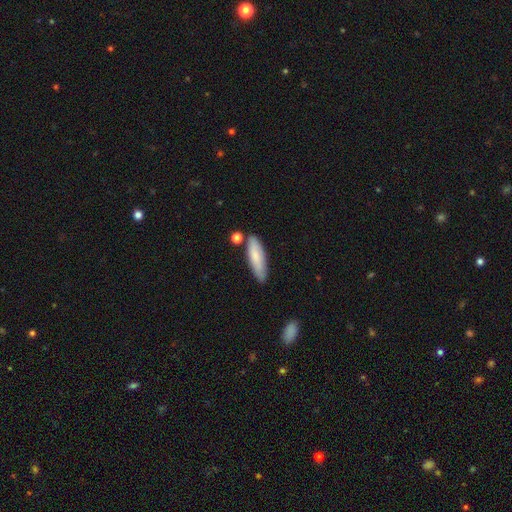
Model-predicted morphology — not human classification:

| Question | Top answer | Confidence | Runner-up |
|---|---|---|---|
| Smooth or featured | smooth | 76% | featured or disk (18%) |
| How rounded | cigar-shaped | 63% | in between (36%) |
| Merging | none | 74% | minor disturbance (16%) |